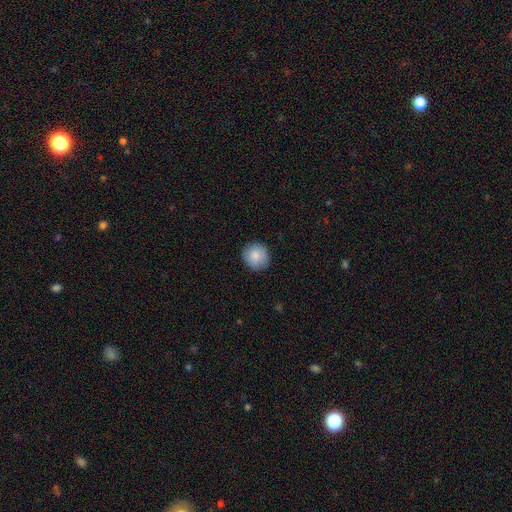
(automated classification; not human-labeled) Smooth or featured?
  - smooth: 85% *
  - featured or disk: 7%
  - star or artifact: 7%
How rounded?
  - round: 90% *
  - in between: 9%
  - cigar-shaped: 1%
Merging?
  - none: 89% *
  - minor disturbance: 8%
  - major disturbance: 2%
  - merger: 1%